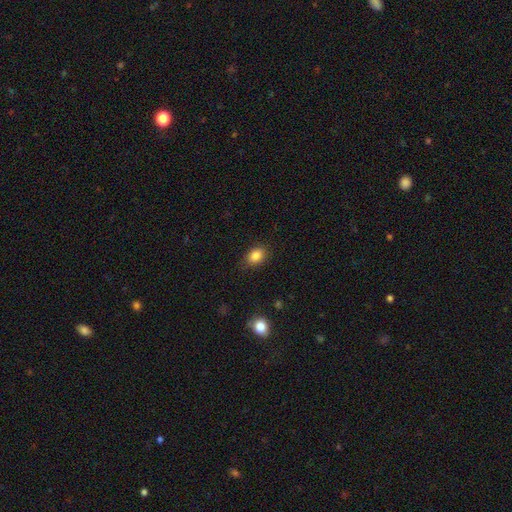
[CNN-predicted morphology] Smooth or featured?
  - smooth: 85% *
  - star or artifact: 10%
  - featured or disk: 5%
How rounded?
  - in between: 74% *
  - round: 25%
  - cigar-shaped: 1%
Merging?
  - none: 82% *
  - minor disturbance: 14%
  - major disturbance: 3%
  - merger: 1%